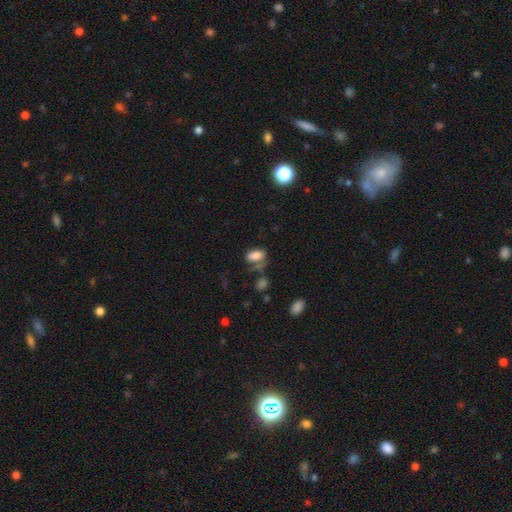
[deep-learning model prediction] The model was most divided on "merging": none: 51%, minor disturbance: 20%, merger: 17%, major disturbance: 12%. More confident: how rounded — in between (92%); smooth or featured — smooth (82%).